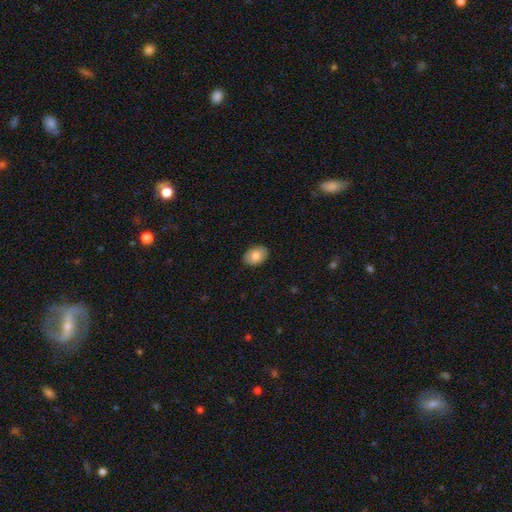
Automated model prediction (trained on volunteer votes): A smooth galaxy with no disk features (80%) that is in between round and cigar-shaped (82%). Merging: none (88%).